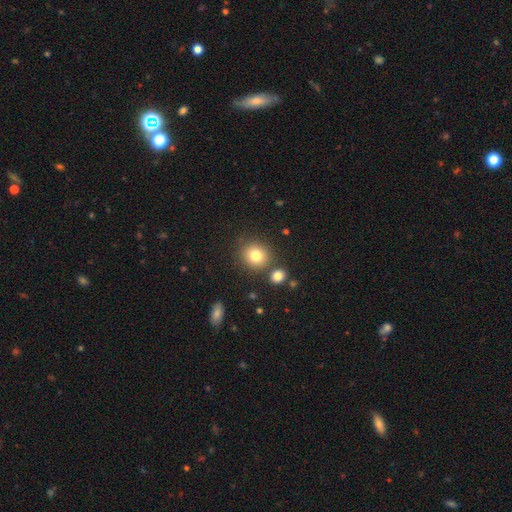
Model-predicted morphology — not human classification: A smooth galaxy with no disk features (79%) that is round (85%). Merging: none (78%).